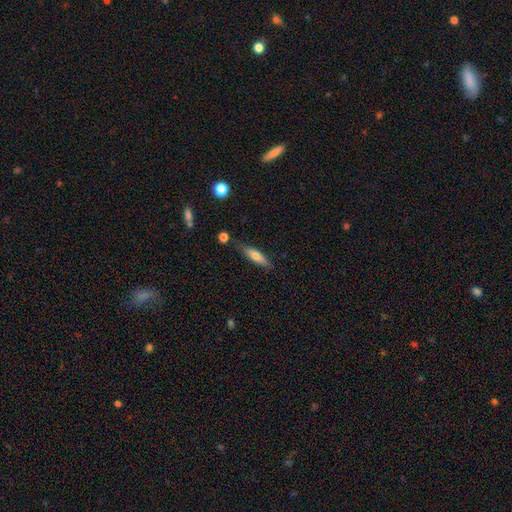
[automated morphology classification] smooth_or_featured: smooth (p=0.68) [alt: featured or disk p=0.25]
how_rounded: cigar-shaped (p=0.64) [alt: in between p=0.34]
merging: none (p=0.74) [alt: minor disturbance p=0.18]